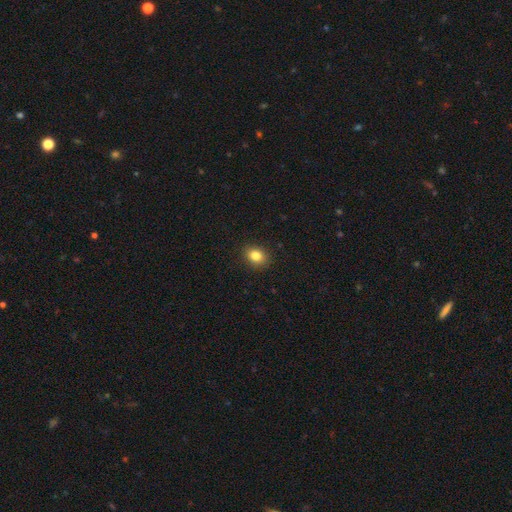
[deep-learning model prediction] A smooth galaxy with no disk features (84%) that is in between round and cigar-shaped (54%).

Vote fractions:
- Smooth or featured? smooth: 84% / star or artifact: 10% / featured or disk: 6%
- How rounded? in between: 54% / round: 45% / cigar-shaped: 1%
- Merging? none: 89% / minor disturbance: 8% / major disturbance: 2% / merger: 1%